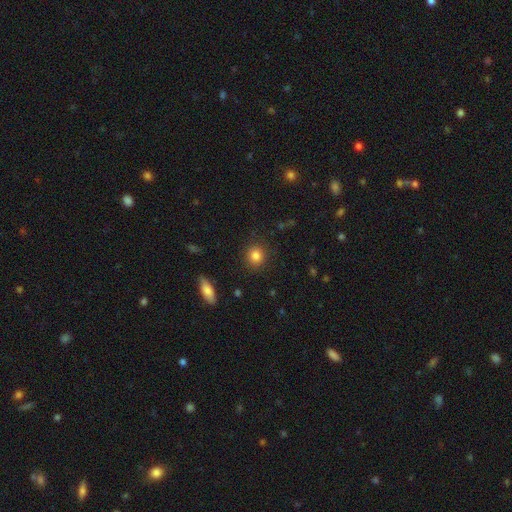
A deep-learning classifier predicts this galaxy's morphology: This is clearly a smooth galaxy (84%). How rounded: clearly round (85%). Merging: clearly none (89%).